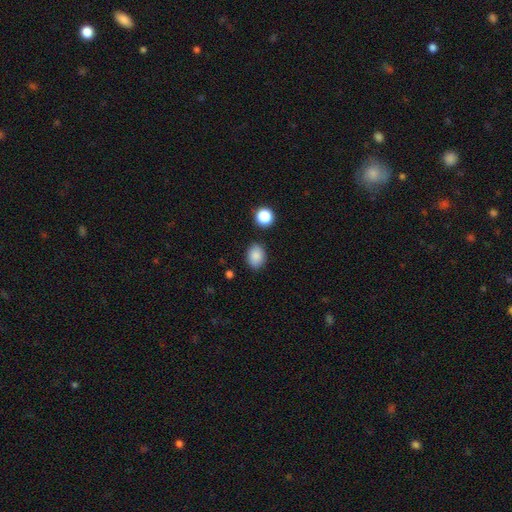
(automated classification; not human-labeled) Smooth or featured: smooth — 87% (star or artifact — 9%)
How rounded: in between — 71% (round — 28%)
Merging: none — 84% (minor disturbance — 10%)